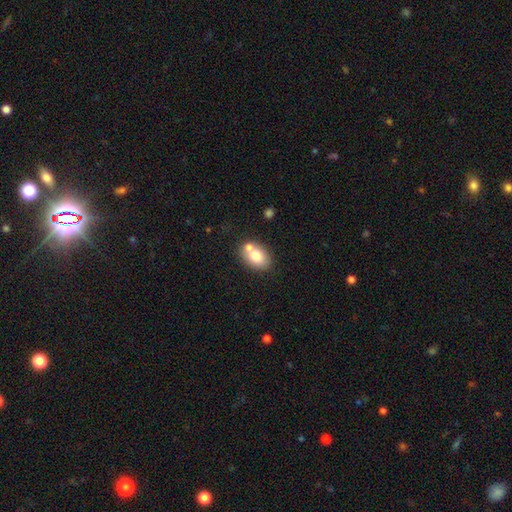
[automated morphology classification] A smooth galaxy with no disk features (74%) that is in between round and cigar-shaped (77%).

Vote fractions:
- Smooth or featured? smooth: 74% / featured or disk: 17% / star or artifact: 8%
- How rounded? in between: 77% / round: 22% / cigar-shaped: 1%
- Merging? none: 52% / merger: 32% / minor disturbance: 12% / major disturbance: 3%